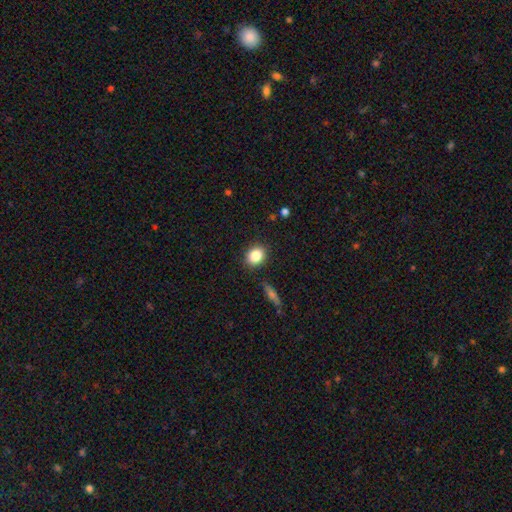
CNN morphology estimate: This is clearly a smooth galaxy (85%). How rounded: possibly round (57%). Merging: clearly none (87%).